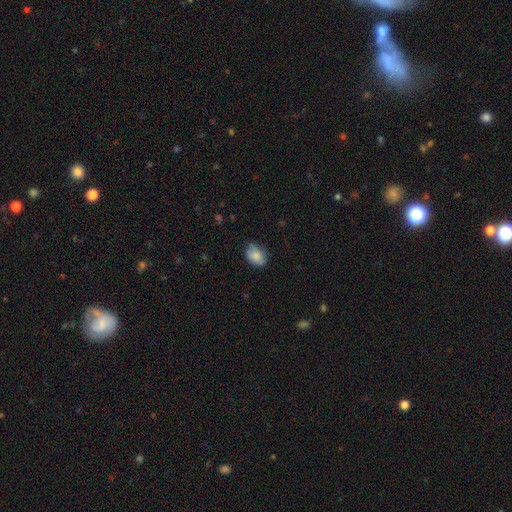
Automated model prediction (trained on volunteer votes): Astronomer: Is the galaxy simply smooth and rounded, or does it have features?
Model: smooth — 81%.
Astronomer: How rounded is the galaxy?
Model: in between — 72%.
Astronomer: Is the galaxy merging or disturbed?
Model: none — 67%.